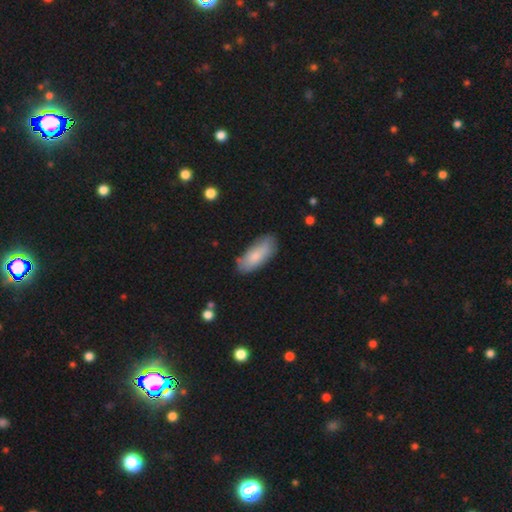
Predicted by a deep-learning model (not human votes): Smooth or featured?
  - smooth: 77% *
  - featured or disk: 17%
  - star or artifact: 6%
How rounded?
  - in between: 81% *
  - cigar-shaped: 17%
  - round: 2%
Merging?
  - none: 75% *
  - minor disturbance: 19%
  - major disturbance: 4%
  - merger: 2%